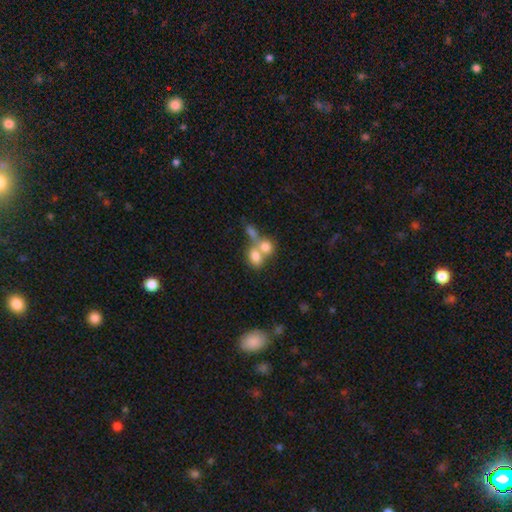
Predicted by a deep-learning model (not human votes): This appears to be a smooth galaxy with no disk features (75%) that is in between round and cigar-shaped (65%). Merging: merger (60%).